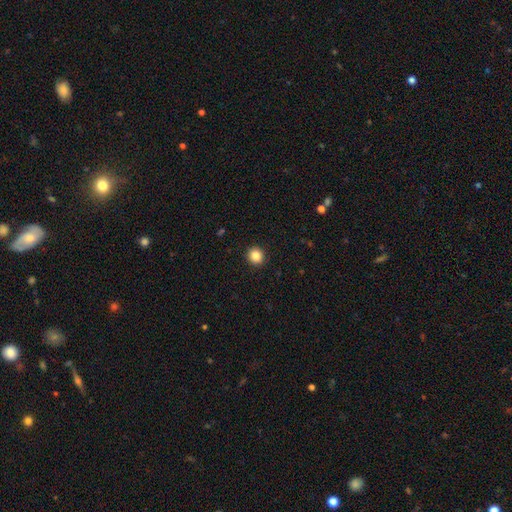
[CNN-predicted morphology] The model was most divided on "smooth or featured": smooth: 86%, star or artifact: 10%, featured or disk: 4%. More confident: merging — none (93%); how rounded — round (90%).